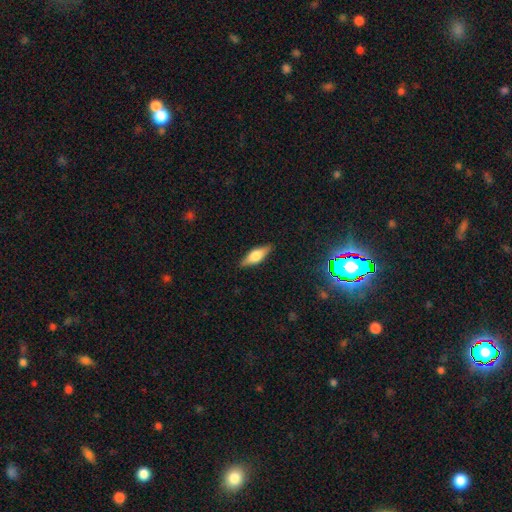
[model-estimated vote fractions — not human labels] This appears to be a featured or disk galaxy (49%). Merging: none (88%).